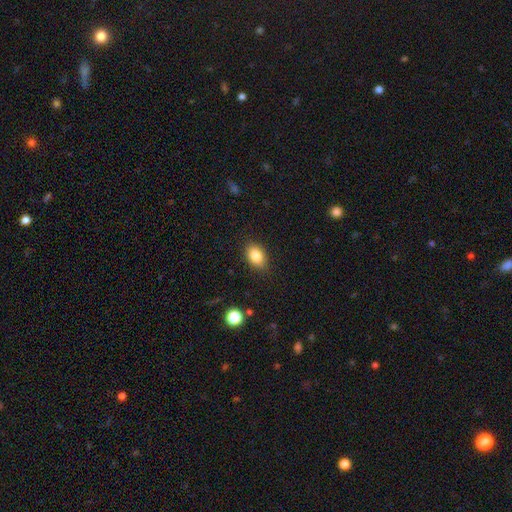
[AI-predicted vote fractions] The model was most divided on "how rounded": in between: 83%, round: 16%, cigar-shaped: 1%. More confident: merging — none (85%); smooth or featured — smooth (84%).